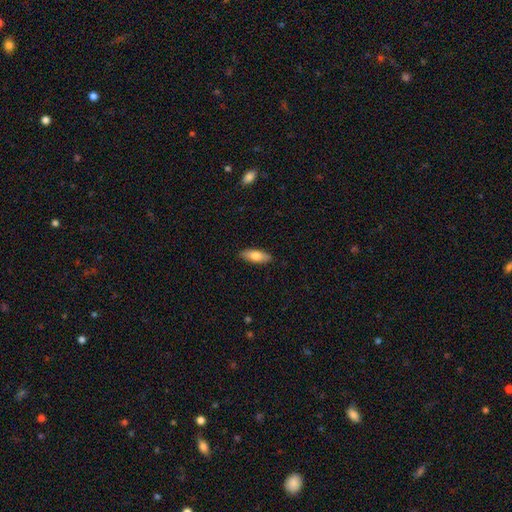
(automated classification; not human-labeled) The model was most divided on "how rounded": in between: 70%, cigar-shaped: 27%, round: 2%. More confident: merging — none (89%); smooth or featured — smooth (77%).